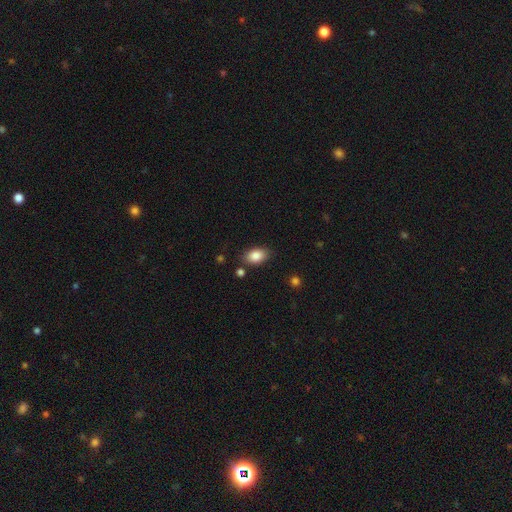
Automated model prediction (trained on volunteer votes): Smooth or featured?
  - smooth: 86% *
  - star or artifact: 8%
  - featured or disk: 6%
How rounded?
  - in between: 88% *
  - round: 10%
  - cigar-shaped: 2%
Merging?
  - none: 82% *
  - minor disturbance: 12%
  - merger: 3%
  - major disturbance: 3%